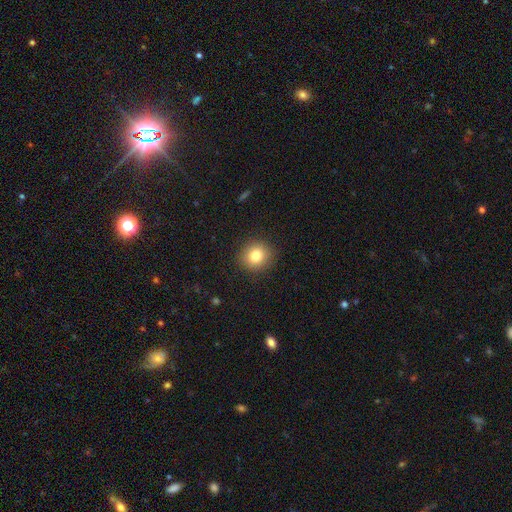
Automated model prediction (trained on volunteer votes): A smooth galaxy with no disk features (81%) that is round (83%). Merging: none (90%).